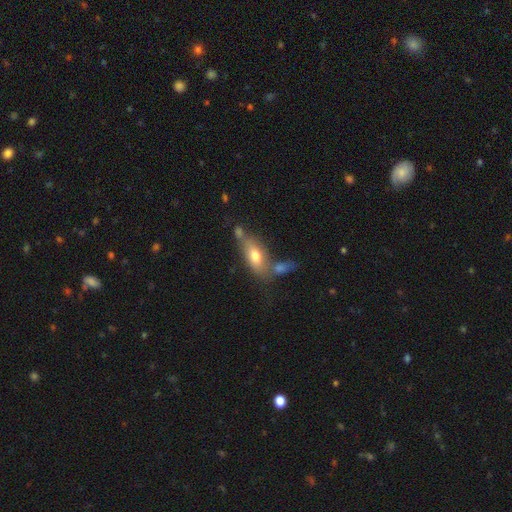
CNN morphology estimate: A smooth galaxy with no disk features (66%) that is in between round and cigar-shaped (79%). Merging: none (47%).